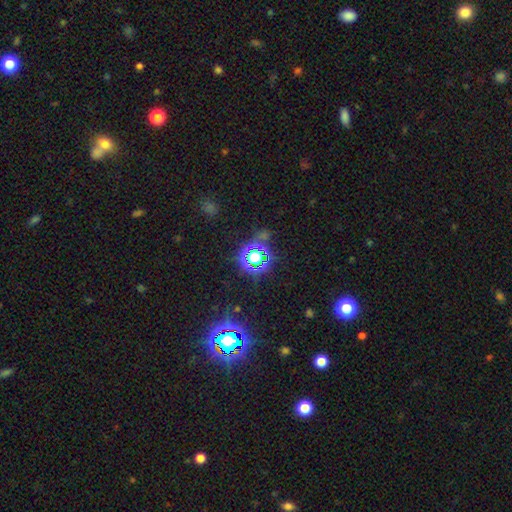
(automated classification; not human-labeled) star or artifact 72%, smooth 19%, featured or disk 9%.